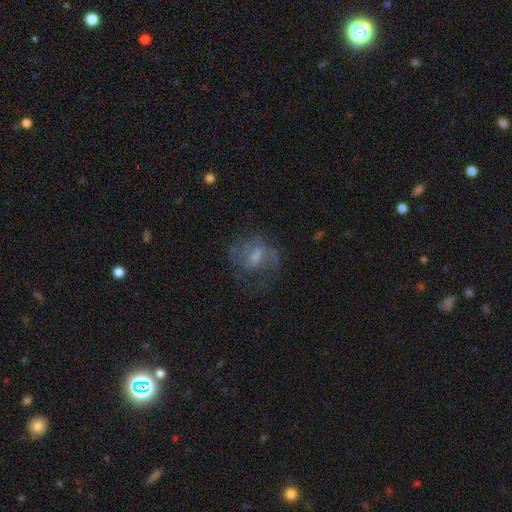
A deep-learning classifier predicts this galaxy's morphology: smooth_or_featured: featured or disk (p=0.56) [alt: smooth p=0.30]
disk_edge_on: no (p=0.95) [alt: yes p=0.05]
bar: weak (p=0.51) [alt: no p=0.29]
has_spiral_arms: yes (p=0.72) [alt: no p=0.28]
bulge_size: moderate (p=0.33) [alt: small p=0.32]
merging: none (p=0.57) [alt: major disturbance p=0.21]